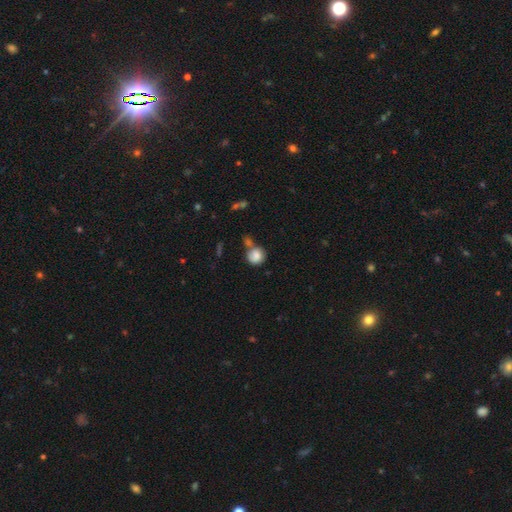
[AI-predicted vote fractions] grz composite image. It shows a smooth galaxy with no disk features (83%) that is round (84%). Merging: none (48%).